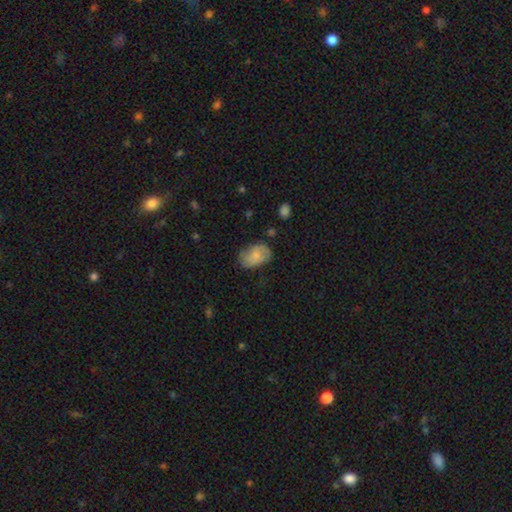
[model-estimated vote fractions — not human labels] Smooth or featured: smooth — 69% (featured or disk — 23%)
How rounded: in between — 87% (round — 12%)
Merging: none — 63% (minor disturbance — 26%)